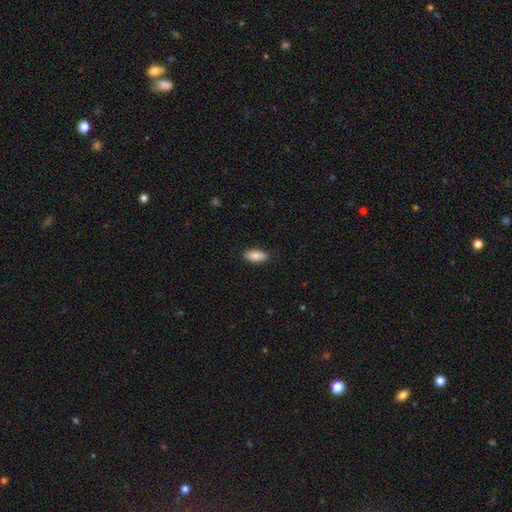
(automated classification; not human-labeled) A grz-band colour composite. It shows a smooth galaxy with no disk features (86%) that is in between round and cigar-shaped (90%). Merging: none (87%).